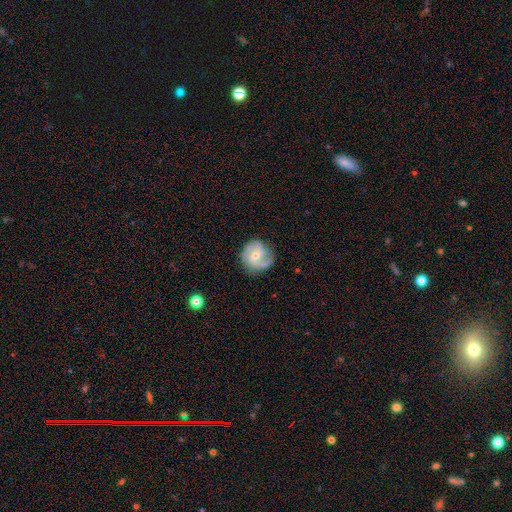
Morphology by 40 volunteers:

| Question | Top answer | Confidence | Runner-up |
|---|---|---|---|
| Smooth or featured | featured or disk | 78% | smooth (18%) |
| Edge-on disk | no | 100% | — |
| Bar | no | 48% | weak (42%) |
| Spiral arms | yes | 84% | no (16%) |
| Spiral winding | medium | 42% | loose (35%) |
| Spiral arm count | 2 | 88% | can't tell (12%) |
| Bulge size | small | 77% | moderate (23%) |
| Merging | none | 58% | minor disturbance (29%) |